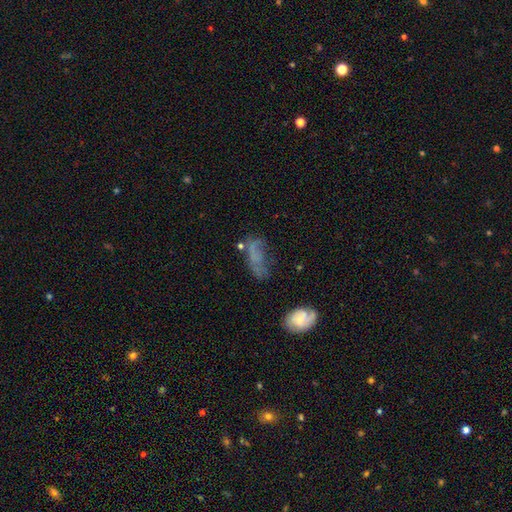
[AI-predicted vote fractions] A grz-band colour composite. It shows a smooth galaxy with no disk features (49%). Merging: none (36%).